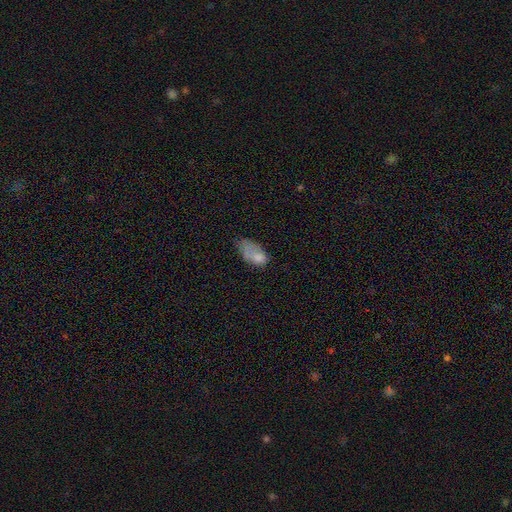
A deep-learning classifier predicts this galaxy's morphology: This appears to be a smooth galaxy with no disk features (71%) that is in between round and cigar-shaped (91%). Merging: major disturbance (36%).